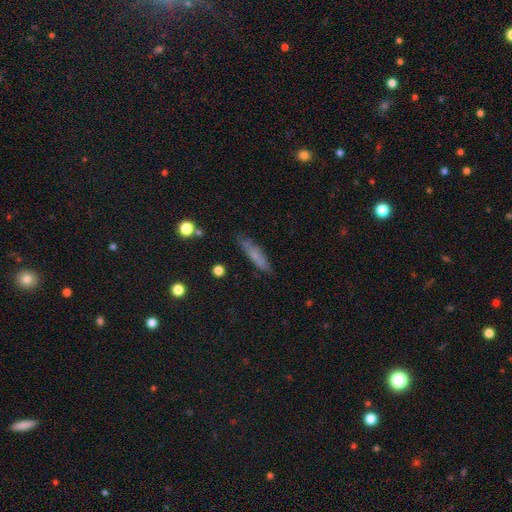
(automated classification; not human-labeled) Morphology: type=smooth (69%); roundness=cigar-shaped (81%); merging=none (77%).